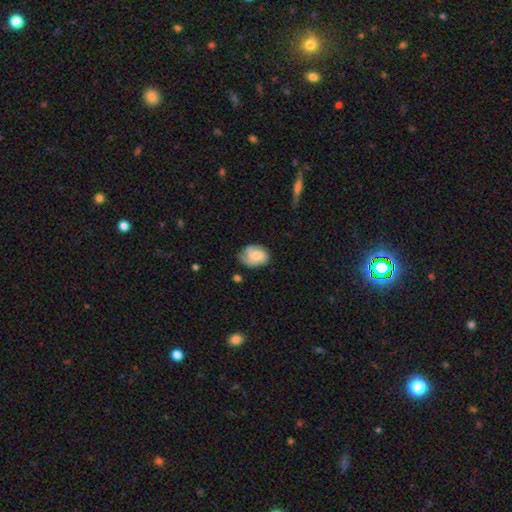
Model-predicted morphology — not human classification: type=smooth (51%); roundness=in between (64%); merging=none (62%).